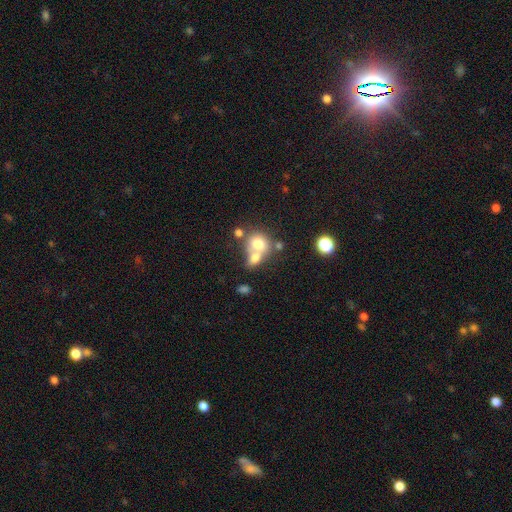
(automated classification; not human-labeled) This is likely a smooth galaxy (66%). How rounded: likely round (72%). Merging: possibly merger (56%).